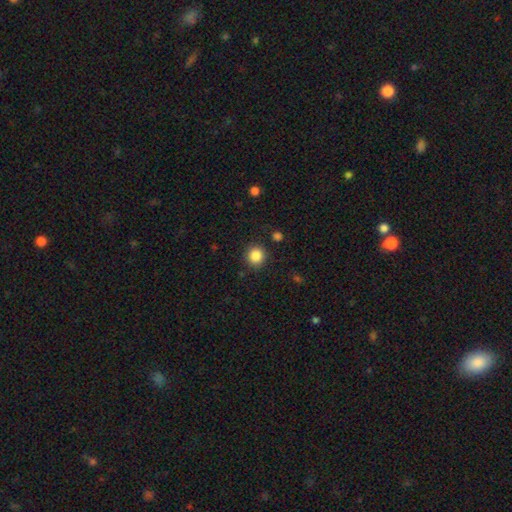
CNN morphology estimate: This appears to be a smooth galaxy with no disk features (86%) that is round (91%). Merging: none (89%).